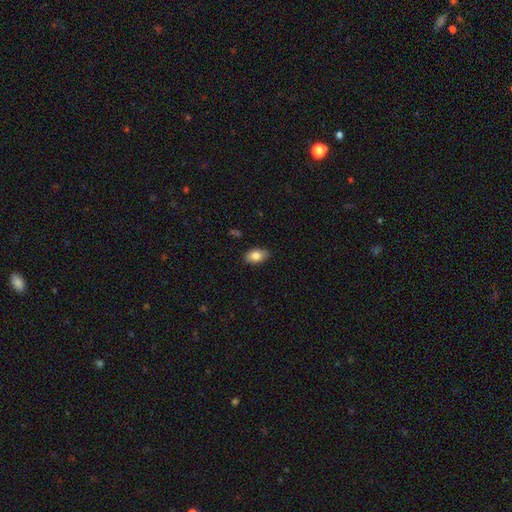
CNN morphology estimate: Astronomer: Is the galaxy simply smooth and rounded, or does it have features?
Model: smooth — 82%.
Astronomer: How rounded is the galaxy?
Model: in between — 92%.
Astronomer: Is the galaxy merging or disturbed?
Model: none — 86%.